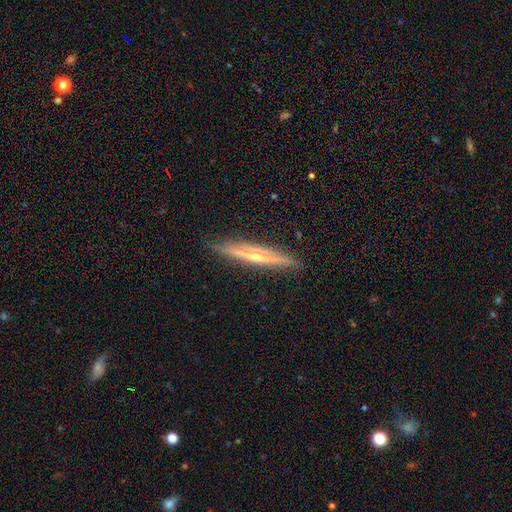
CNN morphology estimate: smooth_or_featured: featured or disk (p=0.74) [alt: smooth p=0.20]
disk_edge_on: yes (p=0.96) [alt: no p=0.04]
edge_on_bulge: rounded (p=0.73) [alt: none p=0.23]
merging: none (p=0.89) [alt: minor disturbance p=0.08]